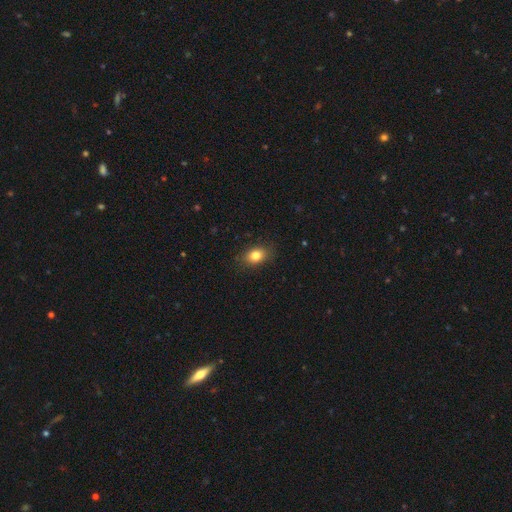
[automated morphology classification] This is clearly a smooth galaxy (82%). How rounded: likely in between (68%). Merging: clearly none (85%).